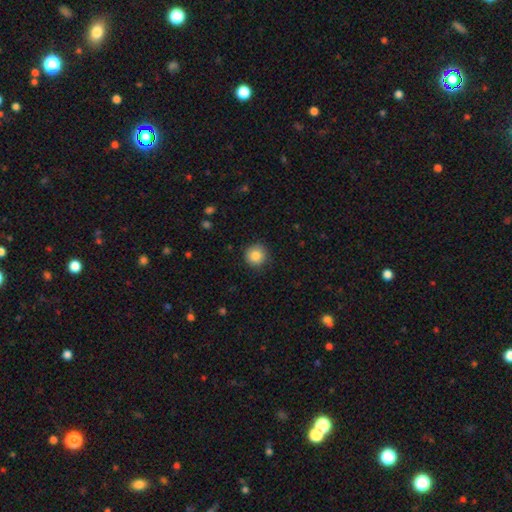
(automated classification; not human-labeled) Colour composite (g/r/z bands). It shows a smooth galaxy with no disk features (84%) that is round (94%). Merging: none (88%).